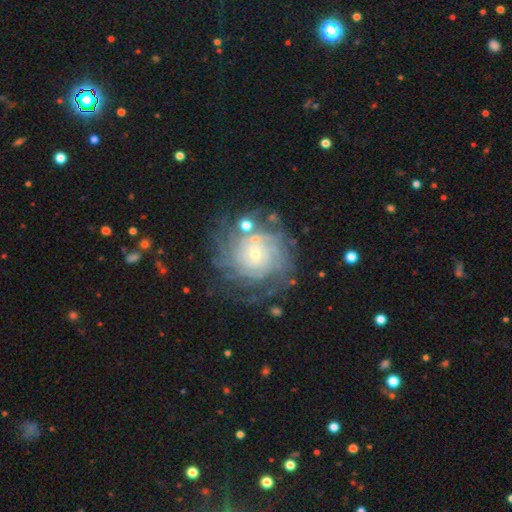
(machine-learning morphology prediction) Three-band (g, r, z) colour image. It shows a featured or disk galaxy (84%) with no bar (71%), tight (79%) spiral arms (96%) and a small central bulge (73%). Merging: none (74%).